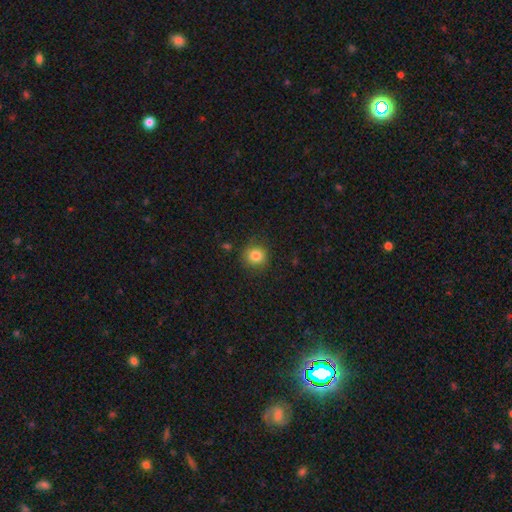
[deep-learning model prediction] Smooth or featured: smooth — 83% (star or artifact — 11%)
How rounded: round — 89% (in between — 10%)
Merging: none — 84% (minor disturbance — 11%)